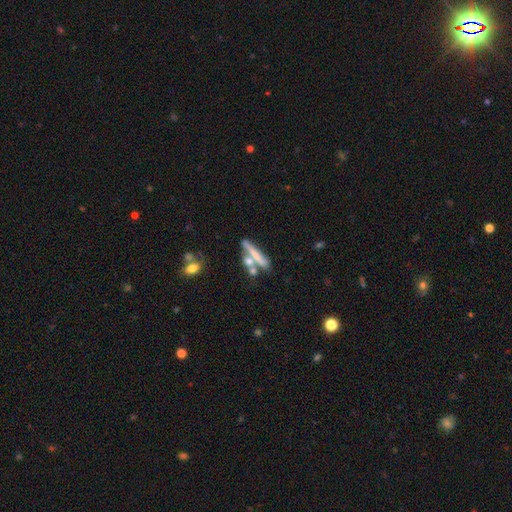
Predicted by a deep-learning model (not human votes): A smooth galaxy with no disk features (54%) that is cigar-shaped (83%).

Vote fractions:
- Smooth or featured? smooth: 54% / featured or disk: 36% / star or artifact: 9%
- How rounded? cigar-shaped: 83% / in between: 13% / round: 4%
- Merging? none: 46% / merger: 31% / minor disturbance: 15% / major disturbance: 8%